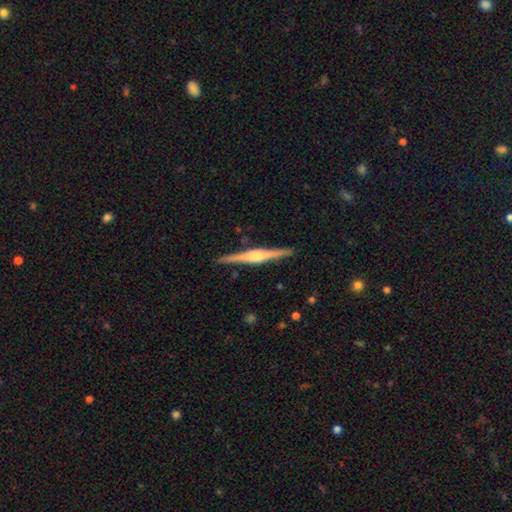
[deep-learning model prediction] Smooth or featured? featured or disk (80%)
Edge-on disk? yes (99%)
Edge-on bulge? rounded (76%)
Merging? none (91%)